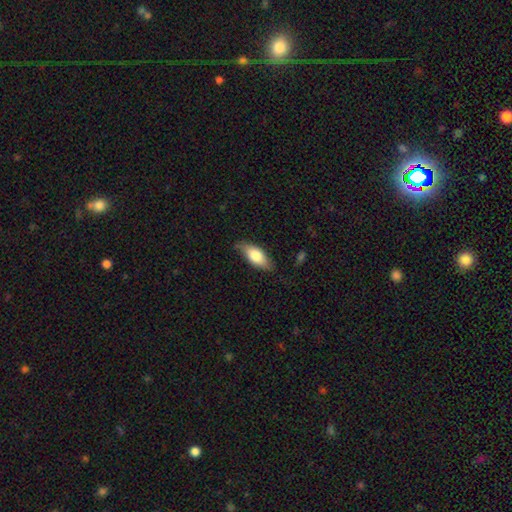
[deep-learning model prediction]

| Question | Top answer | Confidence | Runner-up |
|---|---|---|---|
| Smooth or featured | smooth | 74% | featured or disk (20%) |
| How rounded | in between | 83% | cigar-shaped (15%) |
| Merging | none | 74% | minor disturbance (21%) |